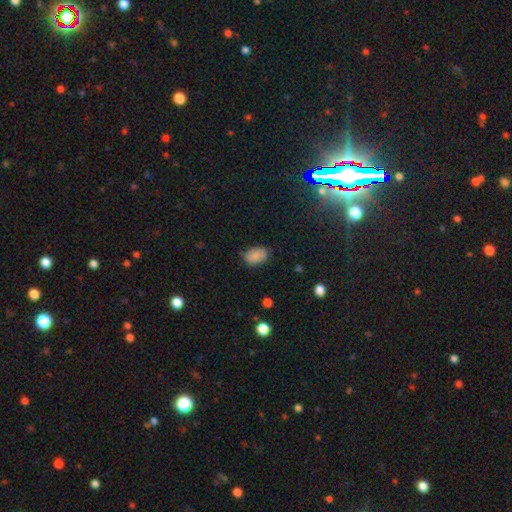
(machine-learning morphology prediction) smooth-or-featured: smooth: 82% | star or artifact: 10% | featured or disk: 8%
  how-rounded: in between: 85% | round: 14% | cigar-shaped: 1%
  merging: none: 68% | minor disturbance: 25% | major disturbance: 5% | merger: 2%